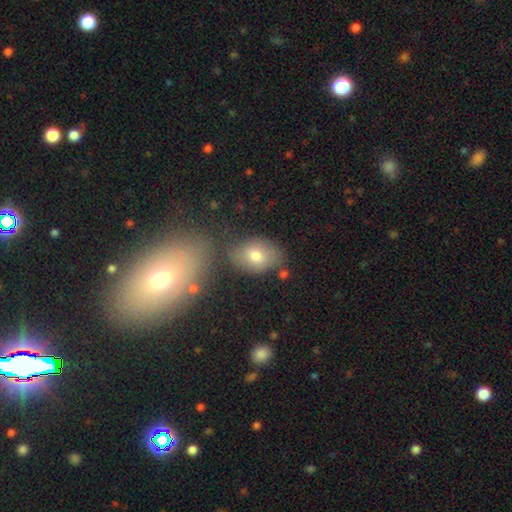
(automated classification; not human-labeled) smooth-or-featured: smooth: 73% | featured or disk: 17% | star or artifact: 9%
  how-rounded: in between: 81% | round: 18% | cigar-shaped: 1%
  merging: none: 68% | minor disturbance: 16% | merger: 10% | major disturbance: 6%